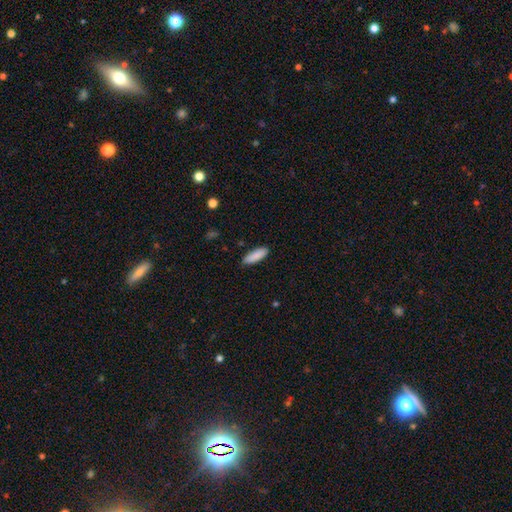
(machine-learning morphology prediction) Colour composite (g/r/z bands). It shows a smooth galaxy with no disk features (89%) that is in between round and cigar-shaped (55%). Merging: none (88%).